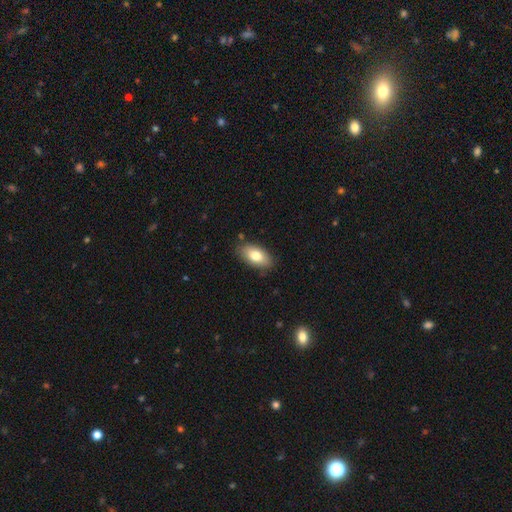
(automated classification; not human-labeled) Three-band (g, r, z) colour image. It shows a smooth galaxy with no disk features (79%) that is in between round and cigar-shaped (91%). Merging: none (83%).